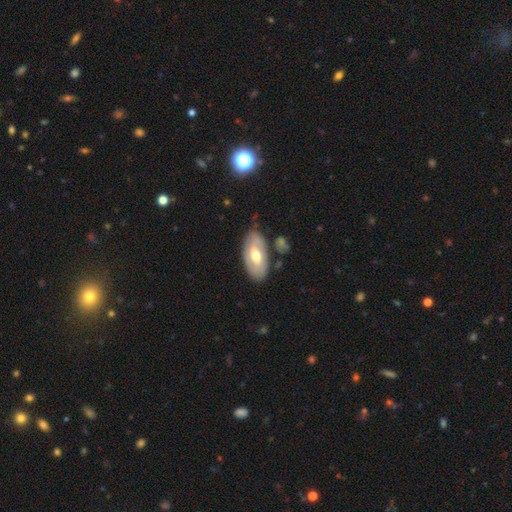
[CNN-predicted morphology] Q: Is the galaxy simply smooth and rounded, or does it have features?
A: featured or disk — 56%.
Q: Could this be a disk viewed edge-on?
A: no — 87%.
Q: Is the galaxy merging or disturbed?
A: none — 73%.